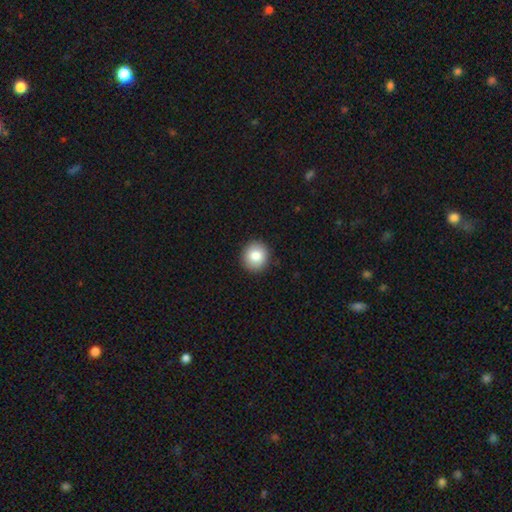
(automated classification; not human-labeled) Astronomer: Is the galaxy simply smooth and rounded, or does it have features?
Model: smooth — 84%.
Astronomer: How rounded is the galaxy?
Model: round — 88%.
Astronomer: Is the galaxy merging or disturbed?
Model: none — 92%.